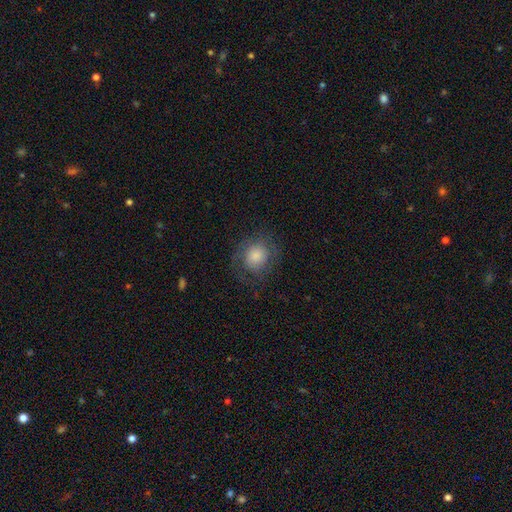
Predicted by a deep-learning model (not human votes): A smooth galaxy with no disk features (66%) that is round (78%).

Vote fractions:
- Smooth or featured? smooth: 66% / featured or disk: 26% / star or artifact: 8%
- How rounded? round: 78% / in between: 21% / cigar-shaped: 1%
- Merging? none: 69% / minor disturbance: 17% / major disturbance: 13% / merger: 1%